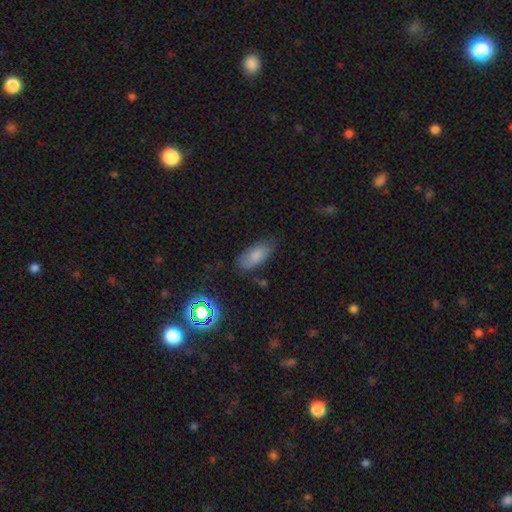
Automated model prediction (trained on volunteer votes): This is likely a smooth galaxy (77%). How rounded: clearly in between (88%). Merging: likely none (71%).